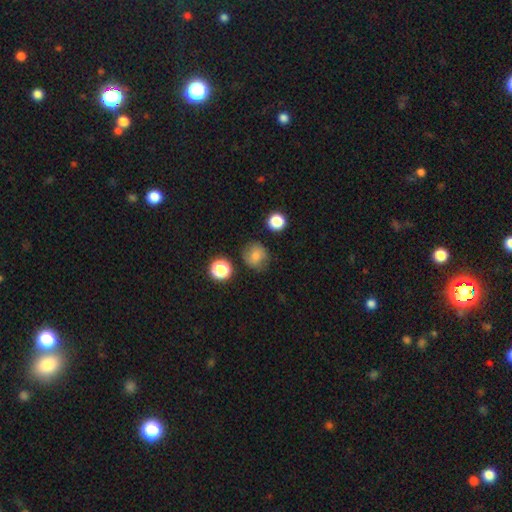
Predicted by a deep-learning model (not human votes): The model was most divided on "merging": none: 76%, minor disturbance: 17%, major disturbance: 5%, merger: 2%. More confident: how rounded — round (83%); smooth or featured — smooth (73%).